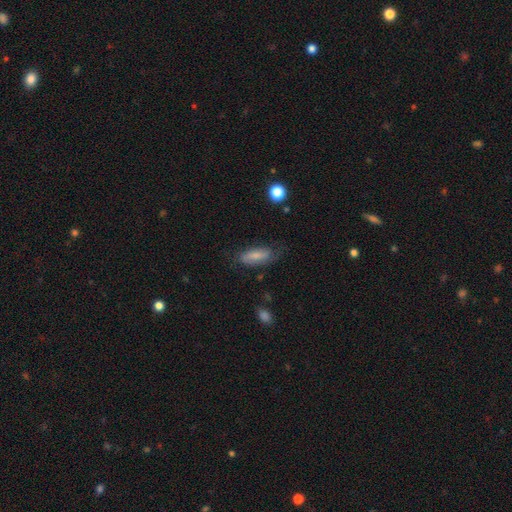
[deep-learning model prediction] Smooth or featured: smooth — 65% (featured or disk — 28%)
How rounded: in between — 74% (cigar-shaped — 24%)
Merging: none — 63% (minor disturbance — 26%)